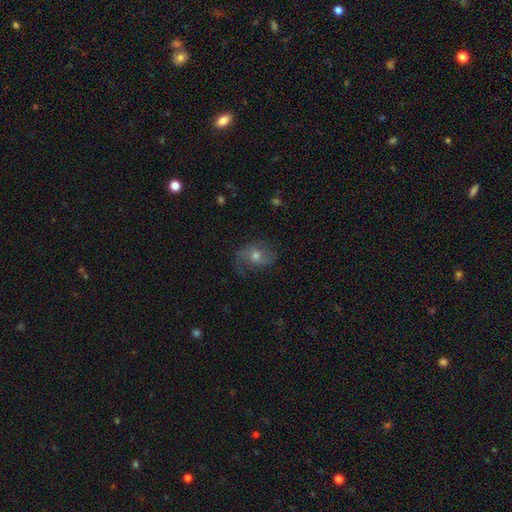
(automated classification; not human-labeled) This appears to be a featured or disk galaxy (60%) with no bar (70%), spiral arms (87%) and a moderate central bulge (64%). Merging: none (63%).